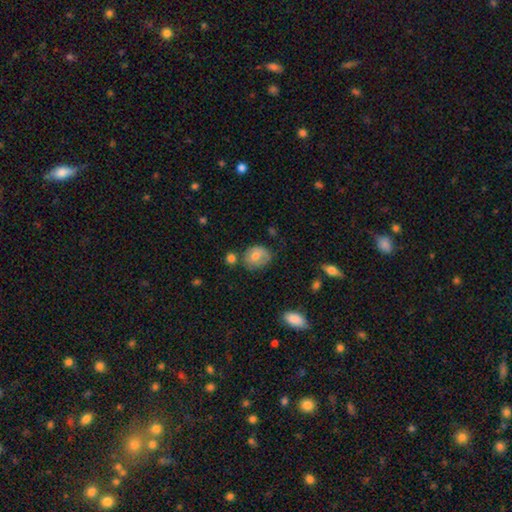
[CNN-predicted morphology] Smooth or featured? Predicted: smooth (p=0.67). How rounded? Predicted: round (p=0.57). Merging? Predicted: none (p=0.58).